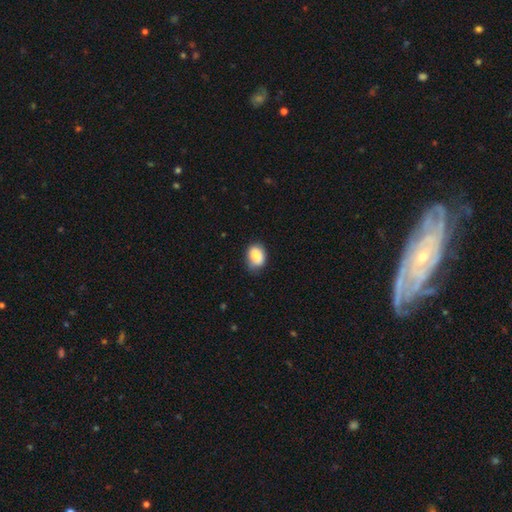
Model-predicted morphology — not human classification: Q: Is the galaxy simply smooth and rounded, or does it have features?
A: smooth — 82%.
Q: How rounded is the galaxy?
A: in between — 66%.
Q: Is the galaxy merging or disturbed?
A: none — 71%.